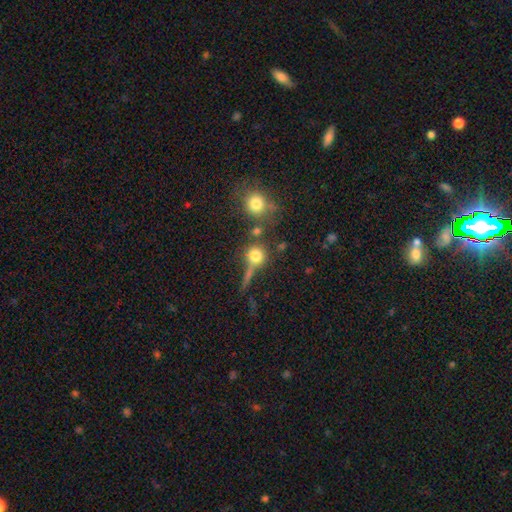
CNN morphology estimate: Smooth or featured? Predicted: smooth (p=0.73). How rounded? Predicted: round (p=0.89). Merging? Predicted: none (p=0.59).